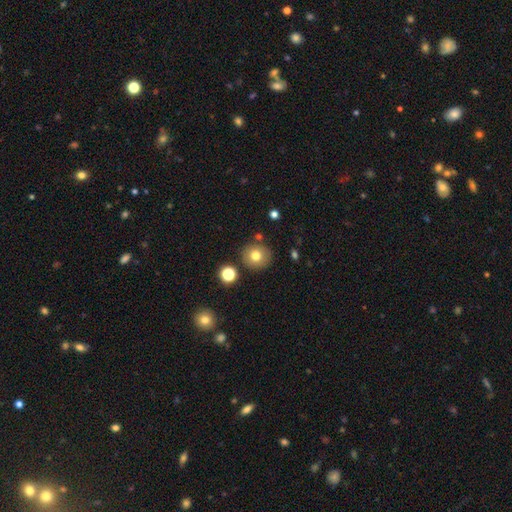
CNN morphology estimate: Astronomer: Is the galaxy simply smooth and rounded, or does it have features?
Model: smooth — 75%.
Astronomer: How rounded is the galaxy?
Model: round — 88%.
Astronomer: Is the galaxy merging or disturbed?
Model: none — 82%.